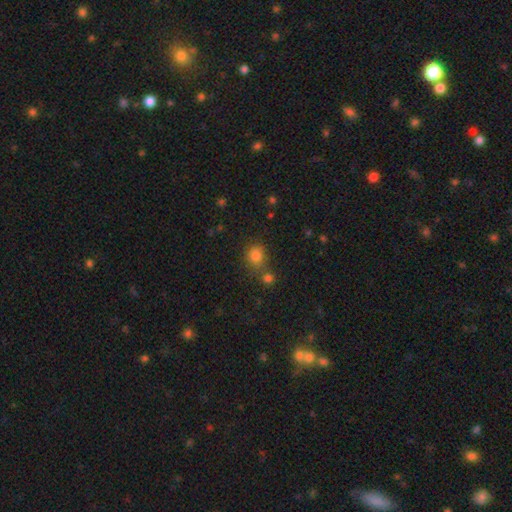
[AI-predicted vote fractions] Smooth or featured? smooth (81%)
How rounded? round (77%)
Merging? none (63%)